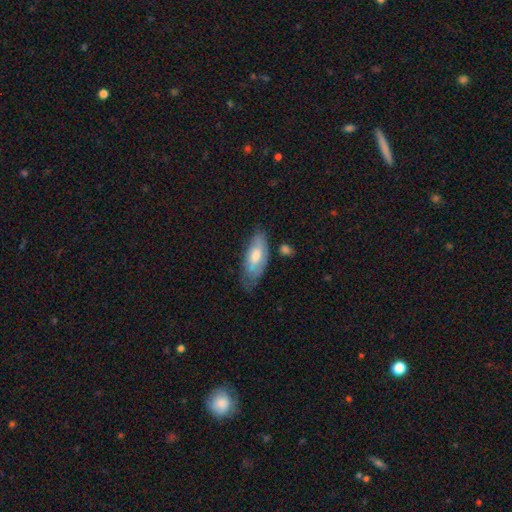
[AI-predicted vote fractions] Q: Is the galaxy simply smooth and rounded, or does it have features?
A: smooth — 59%.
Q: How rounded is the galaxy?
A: in between — 81%.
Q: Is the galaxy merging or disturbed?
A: none — 53%.